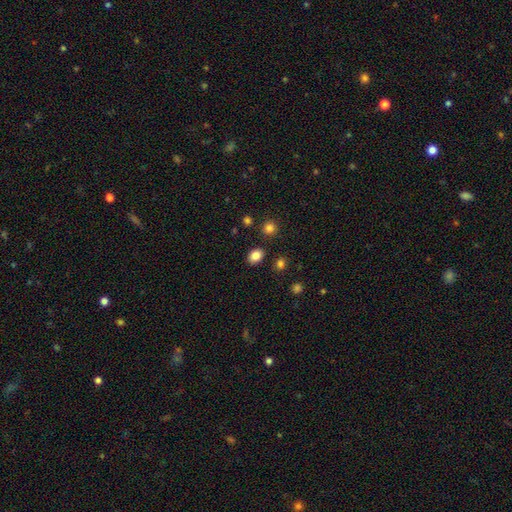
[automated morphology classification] A smooth galaxy with no disk features (84%) that is in between round and cigar-shaped (59%). Merging: none (85%).